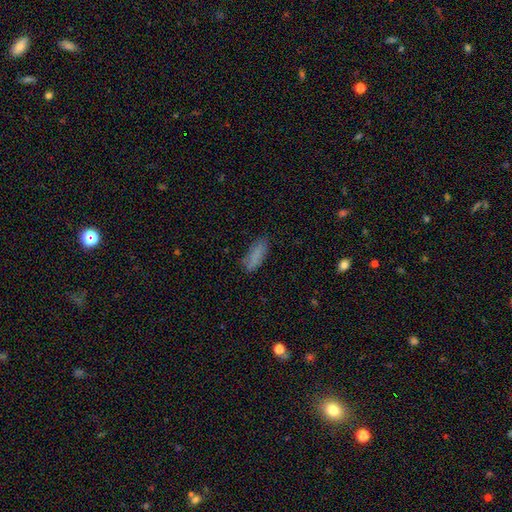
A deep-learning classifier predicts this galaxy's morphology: This appears to be a smooth galaxy with no disk features (81%) that is in between round and cigar-shaped (60%). Merging: none (73%).